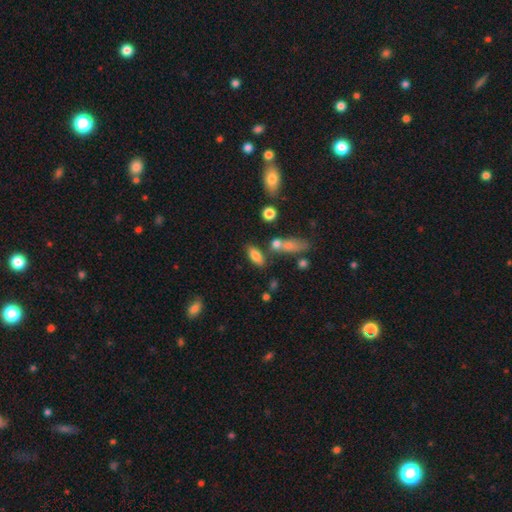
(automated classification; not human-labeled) This is likely a smooth galaxy (77%). How rounded: likely in between (78%). Merging: likely none (68%).